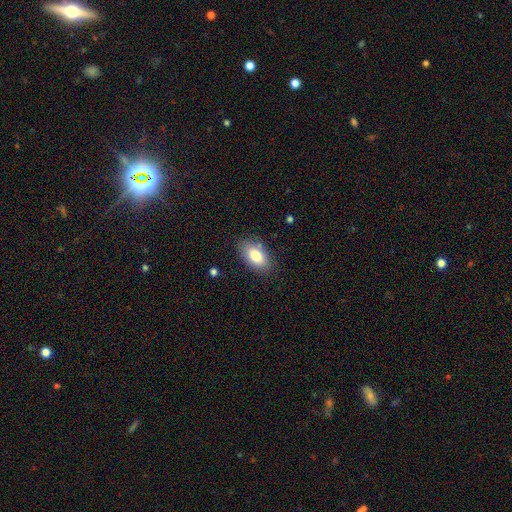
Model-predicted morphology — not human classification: Q: Smooth or featured?
A: smooth (81%); runner-up: featured or disk (11%)
Q: How rounded?
A: in between (92%); runner-up: round (6%)
Q: Merging?
A: none (82%); runner-up: minor disturbance (13%)